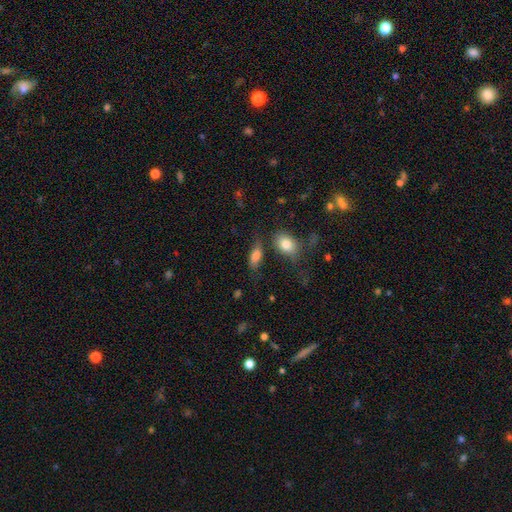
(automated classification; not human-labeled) Overall: smooth (80%). How rounded: in between (81%). Merging: none (58%; minor disturbance 20%).